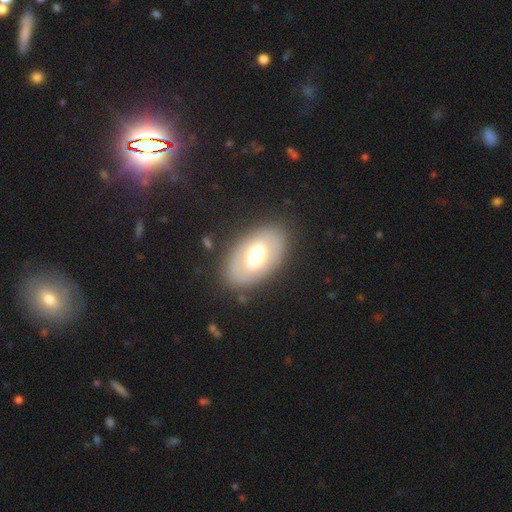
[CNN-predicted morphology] This is possibly a smooth galaxy (51%). How rounded: clearly in between (90%). Merging: clearly none (82%).